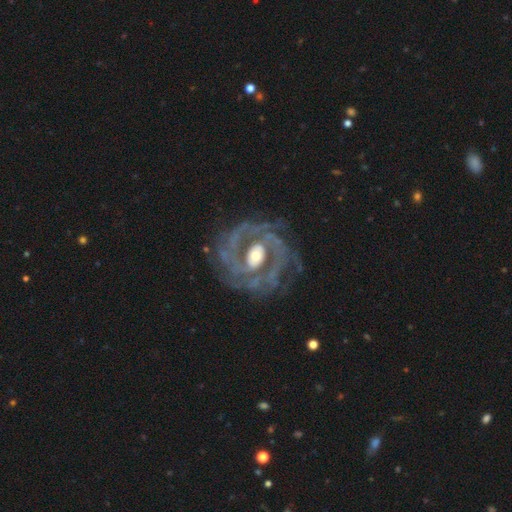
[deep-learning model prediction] This appears to be a featured or disk galaxy (83%) with a strong bar (37%), 2 (62%) tight (60%) spiral arms (81%) and a moderate central bulge (63%). Merging: none (80%).